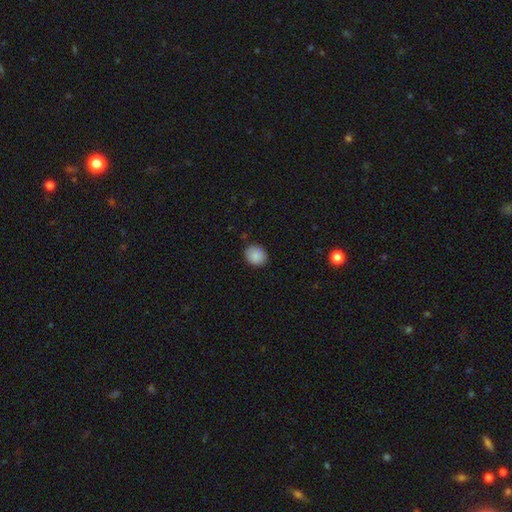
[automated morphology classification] Q: Smooth or featured?
A: smooth (88%); runner-up: star or artifact (8%)
Q: How rounded?
A: round (67%); runner-up: in between (32%)
Q: Merging?
A: none (84%); runner-up: minor disturbance (13%)